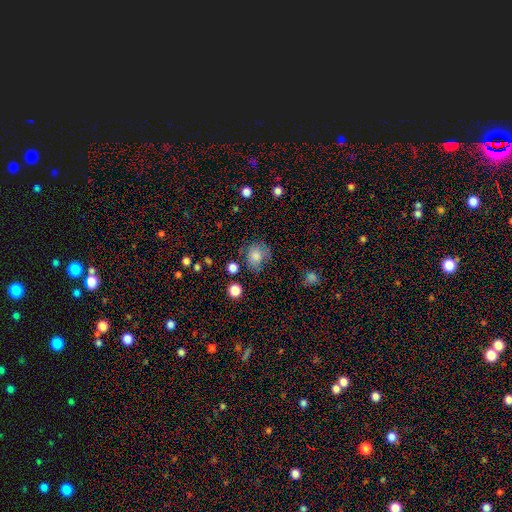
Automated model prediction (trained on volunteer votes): A smooth galaxy with no disk features (76%) that is round (68%).

Vote fractions:
- Smooth or featured? smooth: 76% / featured or disk: 12% / star or artifact: 12%
- How rounded? round: 68% / in between: 31% / cigar-shaped: 1%
- Merging? none: 61% / minor disturbance: 24% / major disturbance: 11% / merger: 4%